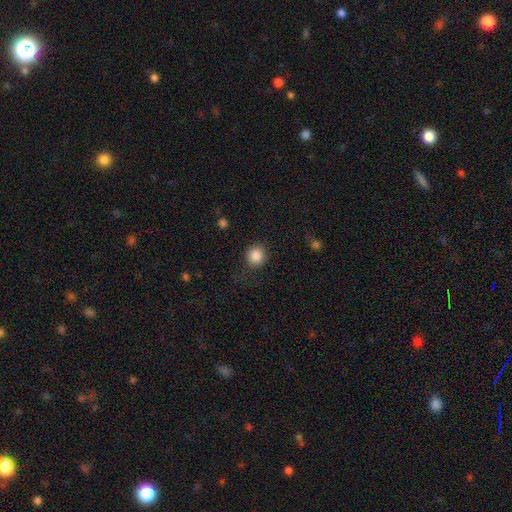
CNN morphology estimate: This is clearly a smooth galaxy (86%). How rounded: clearly round (87%). Merging: clearly none (83%).